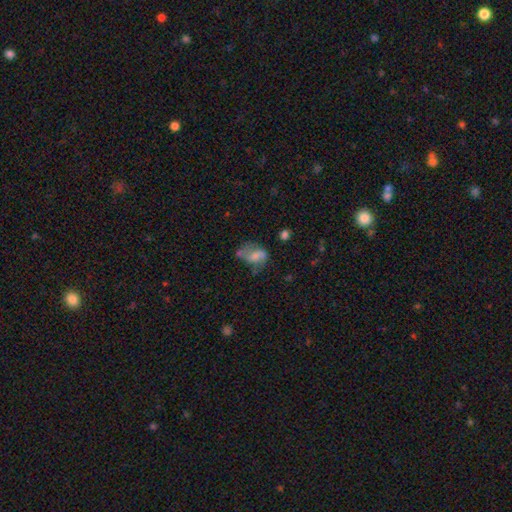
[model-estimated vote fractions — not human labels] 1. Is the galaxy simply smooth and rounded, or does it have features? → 47% featured or disk, 43% smooth, 10% star or artifact.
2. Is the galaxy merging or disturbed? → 38% none, 27% minor disturbance, 22% major disturbance, 13% merger.